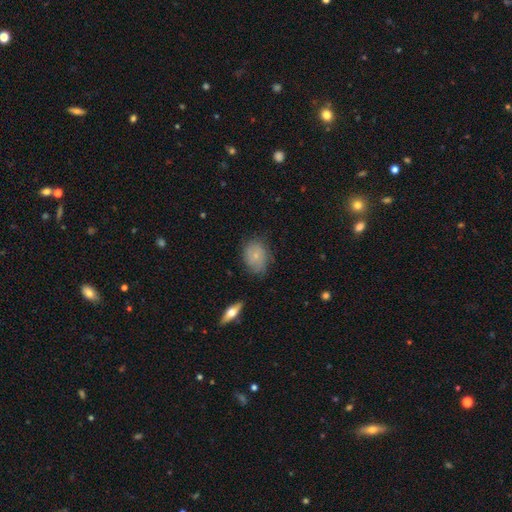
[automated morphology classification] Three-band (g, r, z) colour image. It shows a smooth galaxy with no disk features (54%) that is in between round and cigar-shaped (60%). Merging: none (64%).